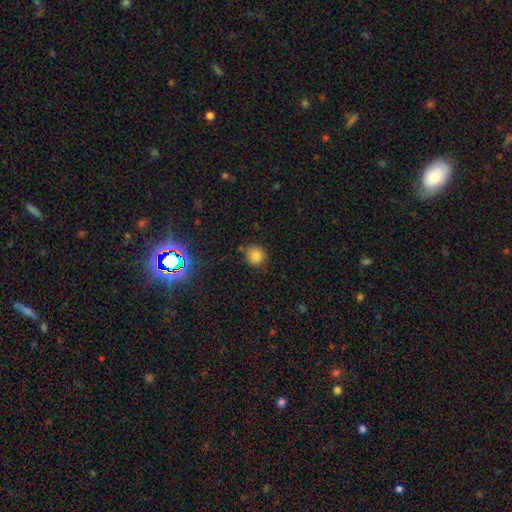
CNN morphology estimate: A smooth galaxy with no disk features (80%) that is round (86%).

Vote fractions:
- Smooth or featured? smooth: 80% / star or artifact: 14% / featured or disk: 6%
- How rounded? round: 86% / in between: 13% / cigar-shaped: 1%
- Merging? none: 76% / minor disturbance: 16% / merger: 4% / major disturbance: 4%